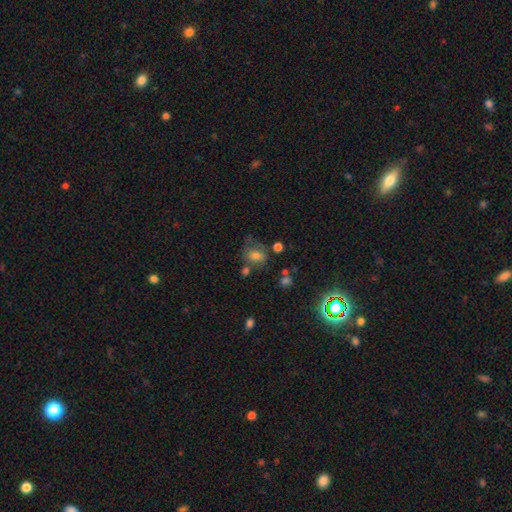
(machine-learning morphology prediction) smooth-or-featured: smooth: 65% | featured or disk: 20% | star or artifact: 15%
  how-rounded: in between: 54% | round: 45% | cigar-shaped: 1%
  merging: none: 48% | minor disturbance: 24% | major disturbance: 16% | merger: 13%